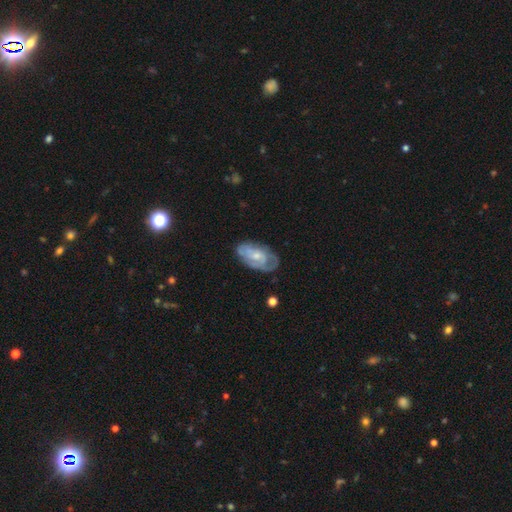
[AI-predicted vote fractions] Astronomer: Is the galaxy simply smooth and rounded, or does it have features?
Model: featured or disk — 61%.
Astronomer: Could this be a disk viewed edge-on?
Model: no — 94%.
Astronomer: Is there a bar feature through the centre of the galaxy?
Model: no — 70%.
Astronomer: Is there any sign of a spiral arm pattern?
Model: yes — 68%.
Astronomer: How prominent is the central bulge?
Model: small — 49% (runner-up: moderate, 39%).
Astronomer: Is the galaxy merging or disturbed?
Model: none — 61%.